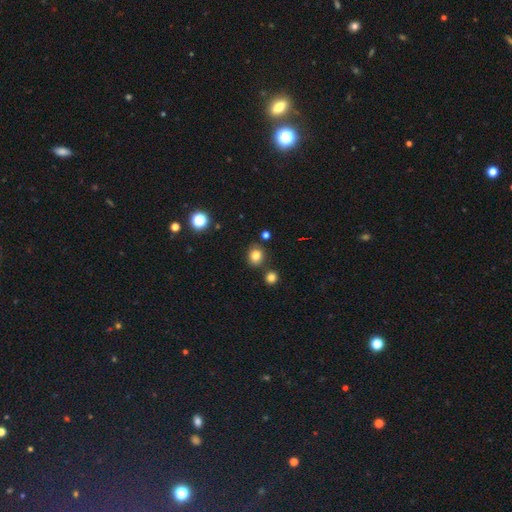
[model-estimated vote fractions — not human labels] A smooth galaxy with no disk features (80%) that is round (76%).

Vote fractions:
- Smooth or featured? smooth: 80% / star or artifact: 14% / featured or disk: 7%
- How rounded? round: 76% / in between: 23% / cigar-shaped: 1%
- Merging? none: 80% / minor disturbance: 9% / merger: 8% / major disturbance: 3%